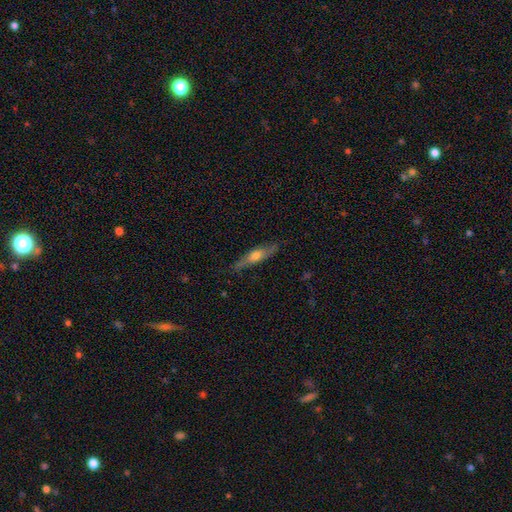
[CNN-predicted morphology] Q: Smooth or featured?
A: featured or disk (51%); runner-up: smooth (43%)
Q: Edge-on disk?
A: yes (80%); runner-up: no (20%)
Q: Merging?
A: none (79%); runner-up: minor disturbance (16%)